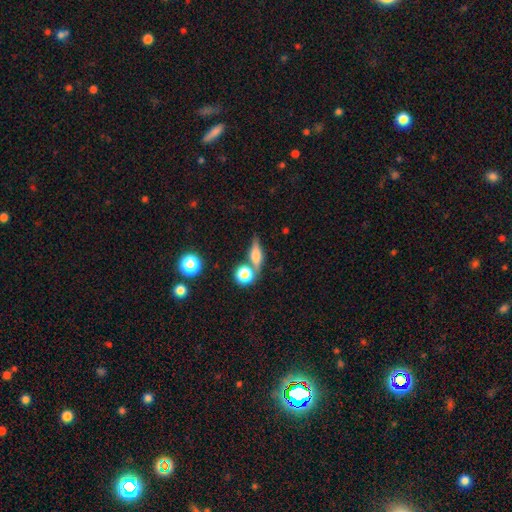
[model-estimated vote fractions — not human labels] smooth-or-featured: smooth: 47% | featured or disk: 41% | star or artifact: 12%
  merging: none: 65% | merger: 17% | minor disturbance: 12% | major disturbance: 5%